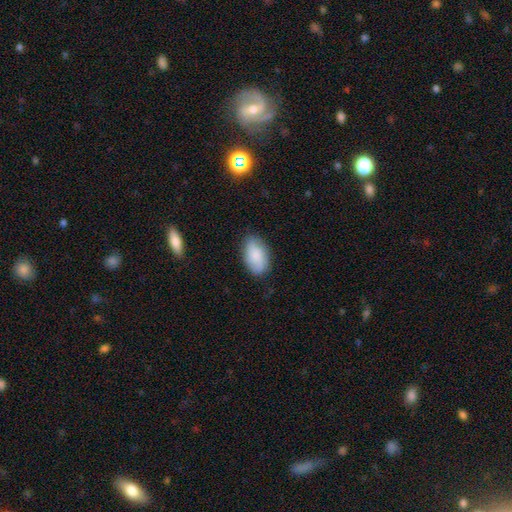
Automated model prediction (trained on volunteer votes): This appears to be a smooth galaxy with no disk features (75%) that is in between round and cigar-shaped (93%). Merging: none (79%).